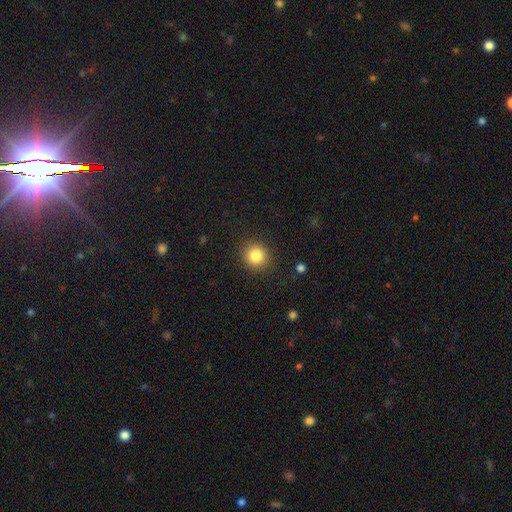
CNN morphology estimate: A smooth galaxy with no disk features (85%) that is round (90%).

Vote fractions:
- Smooth or featured? smooth: 85% / star or artifact: 10% / featured or disk: 5%
- How rounded? round: 90% / in between: 9% / cigar-shaped: 1%
- Merging? none: 89% / minor disturbance: 7% / major disturbance: 3% / merger: 1%